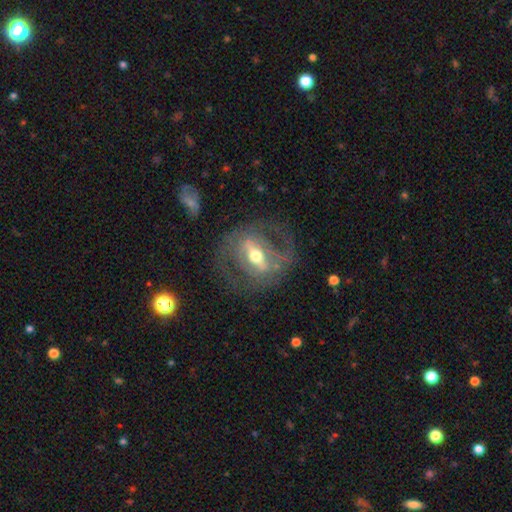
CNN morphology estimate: A featured or disk galaxy (81%) with a strong bar (73%), no spiral arms (53%) and a moderate central bulge (68%). Merging: none (70%).